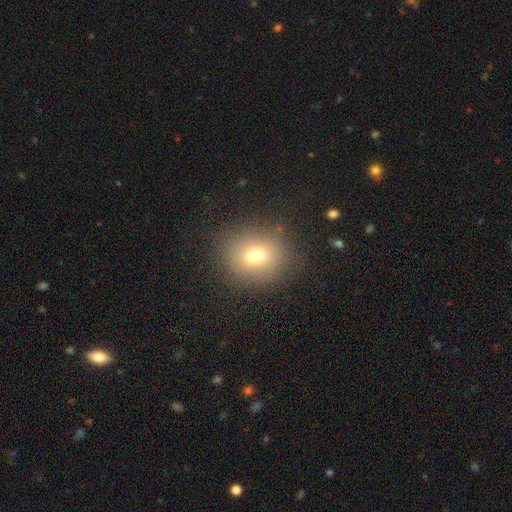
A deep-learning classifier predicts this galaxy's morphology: Smooth or featured? Predicted: smooth (p=0.73). How rounded? Predicted: round (p=0.81). Merging? Predicted: none (p=0.83).